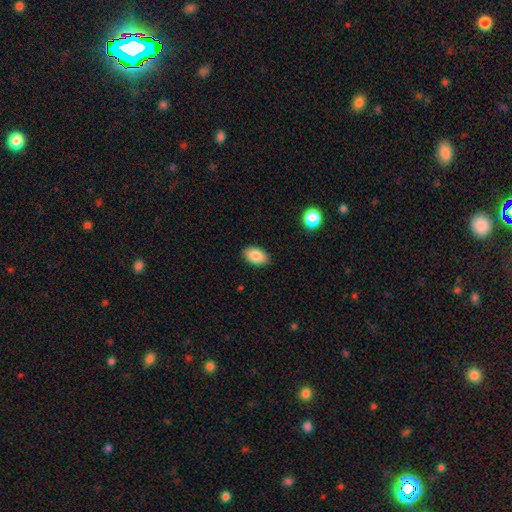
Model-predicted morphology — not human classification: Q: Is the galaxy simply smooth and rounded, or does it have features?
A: smooth — 86%.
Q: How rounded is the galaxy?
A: in between — 92%.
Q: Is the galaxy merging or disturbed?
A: none — 88%.